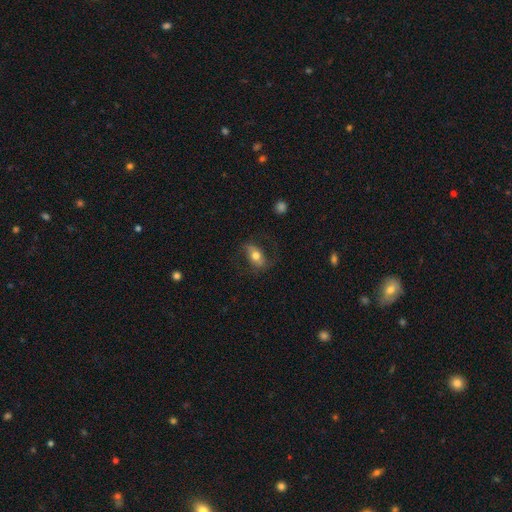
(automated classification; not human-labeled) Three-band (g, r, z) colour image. It shows a smooth galaxy with no disk features (58%) that is in between round and cigar-shaped (85%). Merging: none (70%).